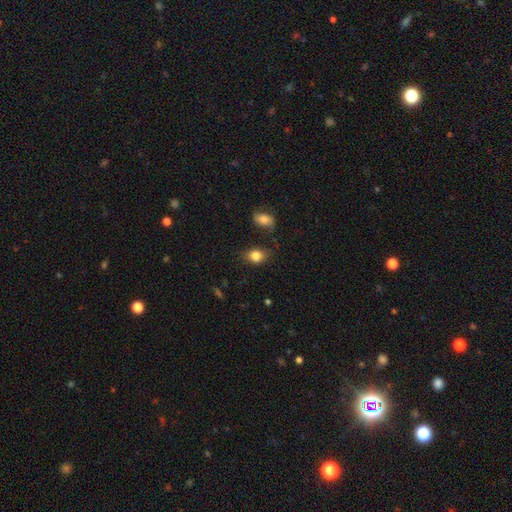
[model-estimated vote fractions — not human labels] A smooth galaxy with no disk features (83%) that is in between round and cigar-shaped (62%).

Vote fractions:
- Smooth or featured? smooth: 83% / star or artifact: 10% / featured or disk: 7%
- How rounded? in between: 62% / round: 36% / cigar-shaped: 2%
- Merging? none: 70% / minor disturbance: 21% / major disturbance: 5% / merger: 4%